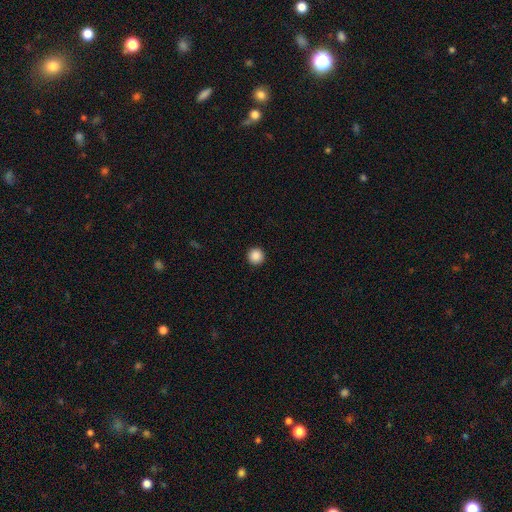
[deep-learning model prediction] Overall: smooth (88%). How rounded: round (96%). Merging: none (93%).